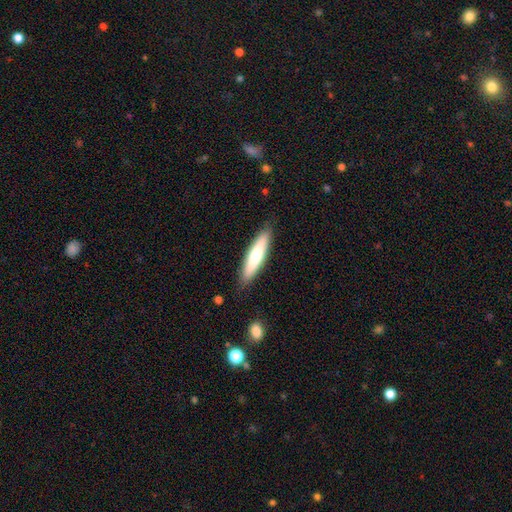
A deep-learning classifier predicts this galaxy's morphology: smooth-or-featured: smooth: 71% | featured or disk: 24% | star or artifact: 5%
  how-rounded: cigar-shaped: 79% | in between: 20% | round: 1%
  merging: none: 86% | minor disturbance: 11% | major disturbance: 2% | merger: 1%